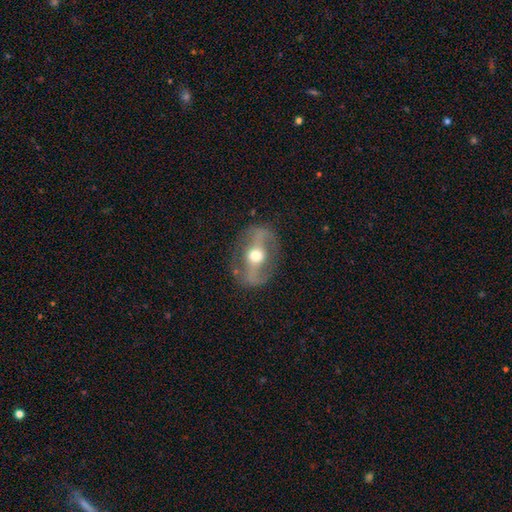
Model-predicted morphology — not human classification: Smooth or featured?
  - featured or disk: 77% *
  - smooth: 17%
  - star or artifact: 5%
Edge-on disk?
  - no: 86% *
  - yes: 14%
Bar?
  - strong: 47% *
  - weak: 27%
  - no: 26%
Spiral arms?
  - yes: 56% *
  - no: 44%
Bulge size?
  - moderate: 73% *
  - large: 17%
  - small: 8%
  - dominant: 2%
  - none: 1%
Merging?
  - none: 80% *
  - minor disturbance: 12%
  - major disturbance: 7%
  - merger: 1%